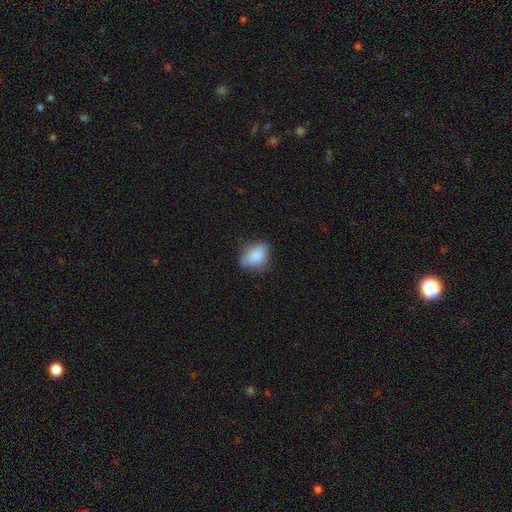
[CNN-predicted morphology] This is clearly a smooth galaxy (84%). How rounded: likely in between (74%). Merging: likely none (61%).